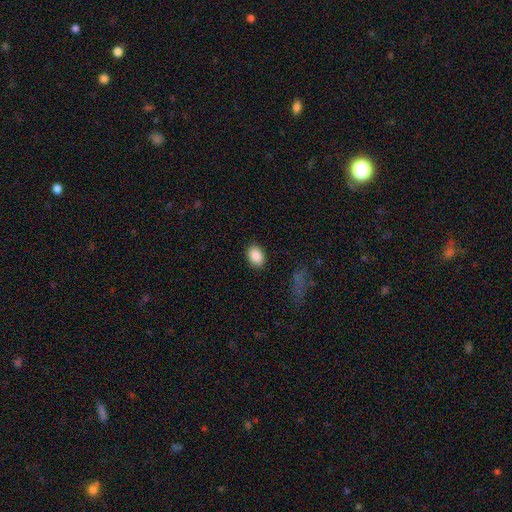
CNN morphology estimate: This appears to be a smooth galaxy with no disk features (89%) that is in between round and cigar-shaped (78%). Merging: none (88%).